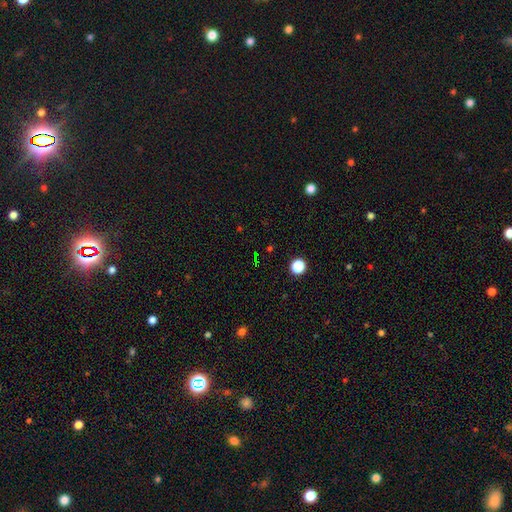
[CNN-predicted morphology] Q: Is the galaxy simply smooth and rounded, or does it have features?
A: star or artifact — 66%.